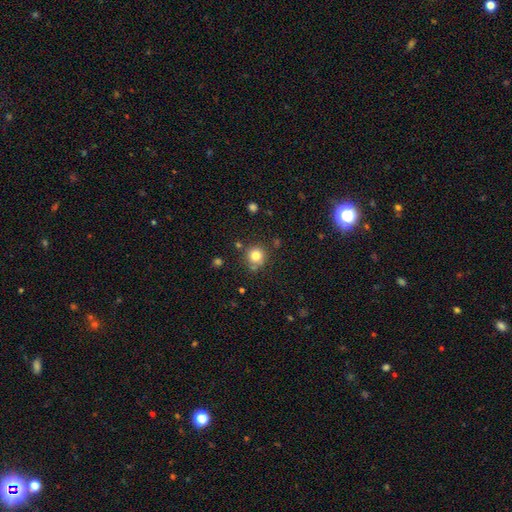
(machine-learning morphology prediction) A smooth galaxy with no disk features (81%) that is round (92%). Merging: none (78%).